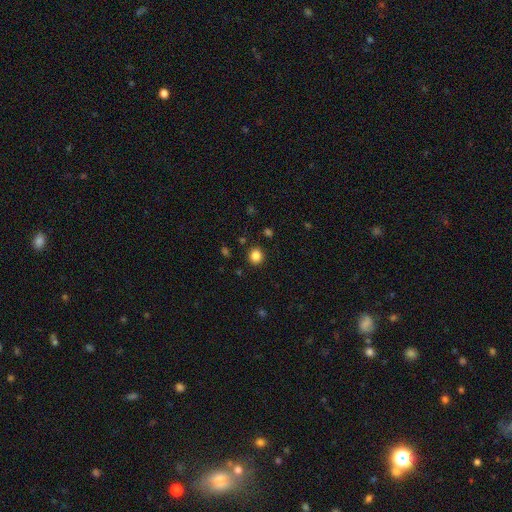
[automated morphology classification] Smooth or featured? Predicted: smooth (p=0.85). How rounded? Predicted: round (p=0.85). Merging? Predicted: none (p=0.90).